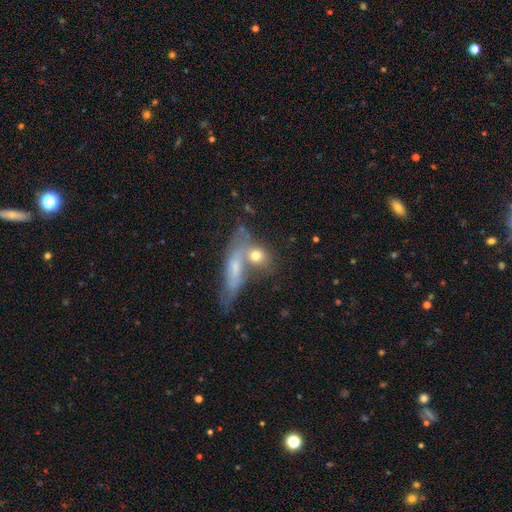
A smooth galaxy with no disk features (82%) that is round (66%). Merging: none (42%, tied with merger).